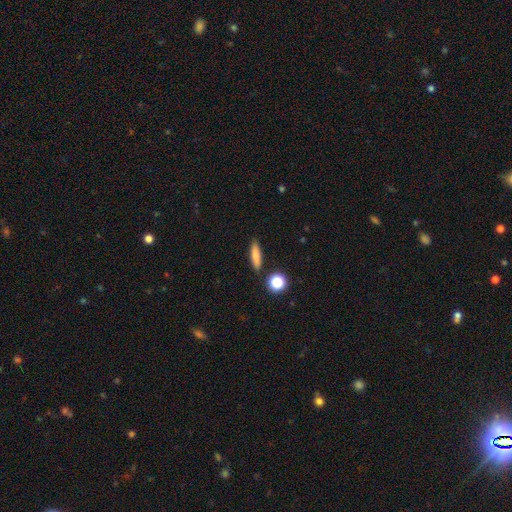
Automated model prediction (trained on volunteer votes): Smooth or featured? smooth (78%)
How rounded? cigar-shaped (71%)
Merging? none (87%)